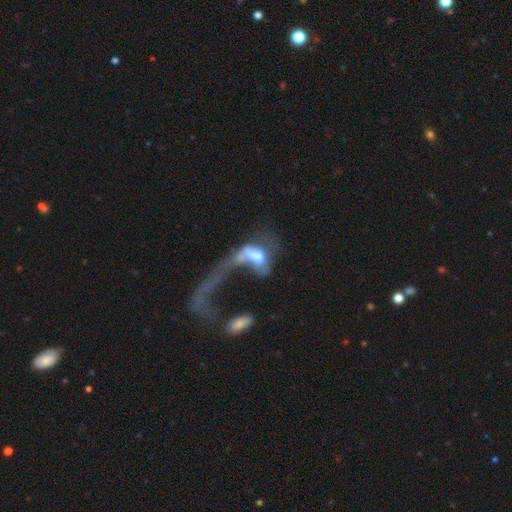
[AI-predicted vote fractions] A featured or disk galaxy (47%).

Vote fractions:
- Smooth or featured? featured or disk: 47% / smooth: 43% / star or artifact: 10%
- Merging? major disturbance: 48% / merger: 40% / none: 7% / minor disturbance: 5%